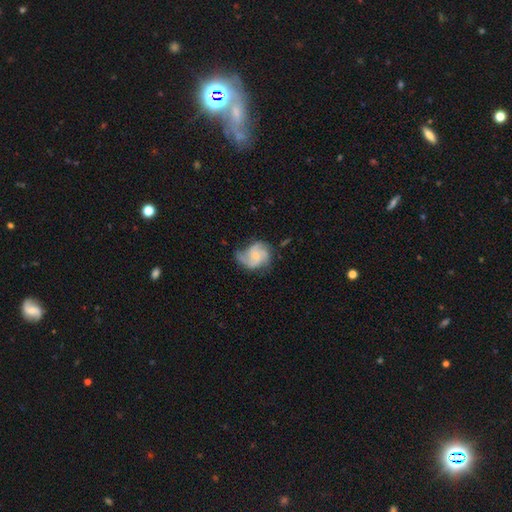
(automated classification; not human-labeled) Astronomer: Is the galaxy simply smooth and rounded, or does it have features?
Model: featured or disk — 82%.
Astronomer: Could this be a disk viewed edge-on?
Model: no — 98%.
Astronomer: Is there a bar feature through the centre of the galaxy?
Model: no — 64%.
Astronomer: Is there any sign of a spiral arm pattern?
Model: yes — 96%.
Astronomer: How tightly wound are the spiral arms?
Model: medium — 51% (runner-up: tight, 28%).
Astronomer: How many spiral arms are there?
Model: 3 — 63%.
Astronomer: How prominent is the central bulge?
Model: small — 59%.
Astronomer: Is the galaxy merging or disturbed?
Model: none — 62%.